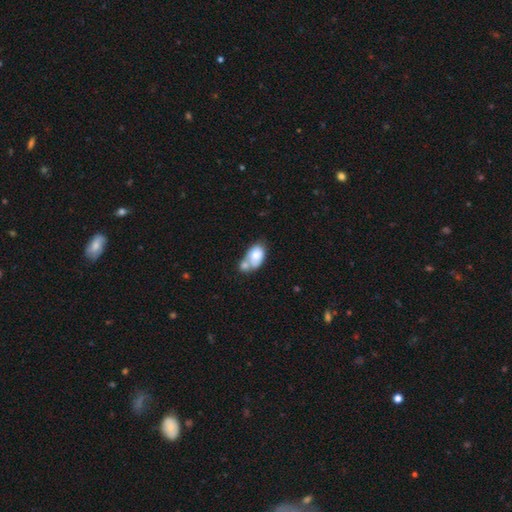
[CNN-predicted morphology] Smooth or featured? smooth (73%)
How rounded? in between (88%)
Merging? merger (55%)